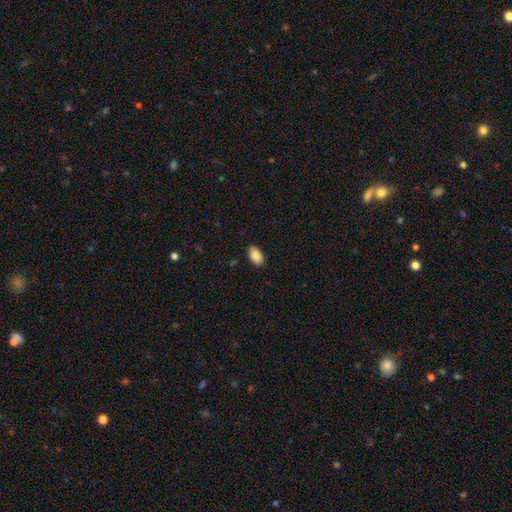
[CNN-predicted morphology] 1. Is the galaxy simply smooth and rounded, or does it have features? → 89% smooth, 7% star or artifact, 4% featured or disk.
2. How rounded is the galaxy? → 93% in between, 6% round, 1% cigar-shaped.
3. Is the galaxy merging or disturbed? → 86% none, 10% minor disturbance, 2% major disturbance, 1% merger.